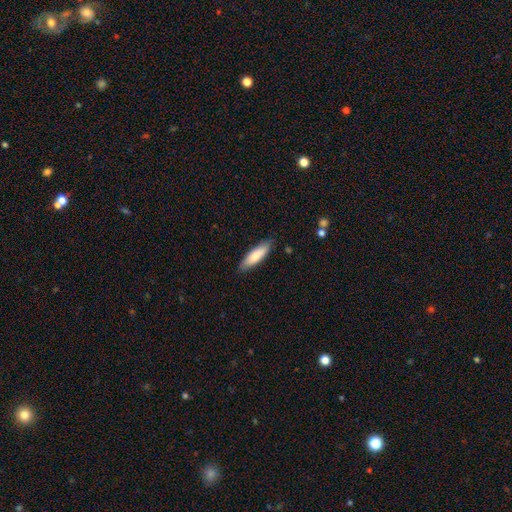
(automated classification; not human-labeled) A smooth galaxy with no disk features (81%) that is cigar-shaped (58%). Merging: none (85%).